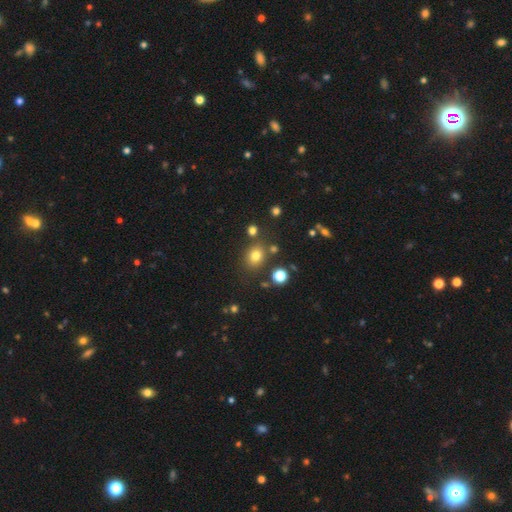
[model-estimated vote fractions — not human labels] Overall: smooth (76%). How rounded: round (60%; in between 39%). Merging: none (77%).